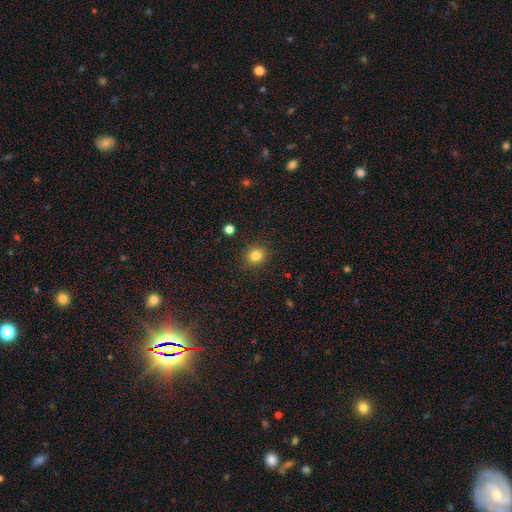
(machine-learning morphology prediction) type=smooth (83%); roundness=round (80%); merging=none (89%).